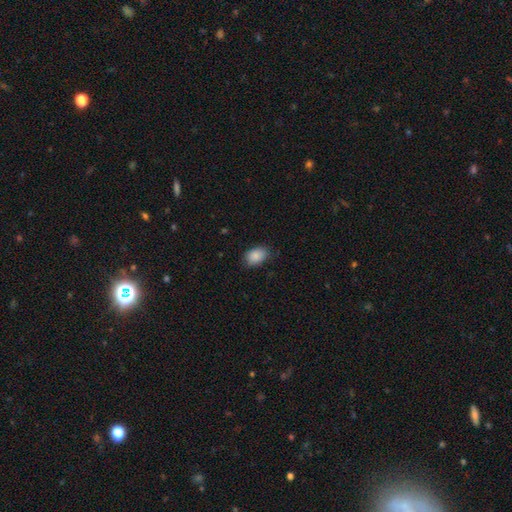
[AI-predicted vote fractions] Smooth or featured?
  - smooth: 89% *
  - star or artifact: 7%
  - featured or disk: 4%
How rounded?
  - in between: 82% *
  - round: 17%
  - cigar-shaped: 1%
Merging?
  - none: 79% *
  - minor disturbance: 17%
  - major disturbance: 3%
  - merger: 1%